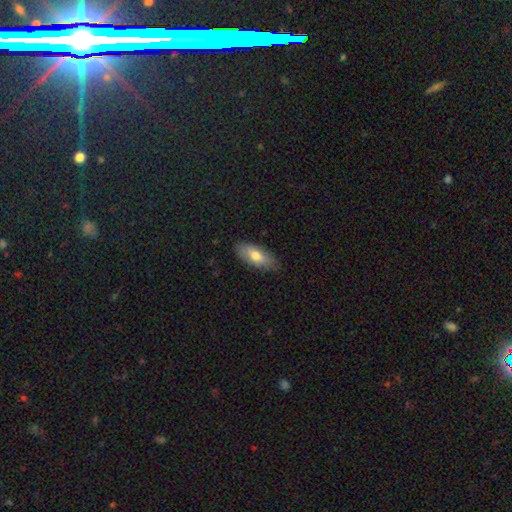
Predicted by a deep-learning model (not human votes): smooth 73%, featured or disk 21%, star or artifact 6%. Down the decision tree: how rounded — in between (82%); merging — none (82%).